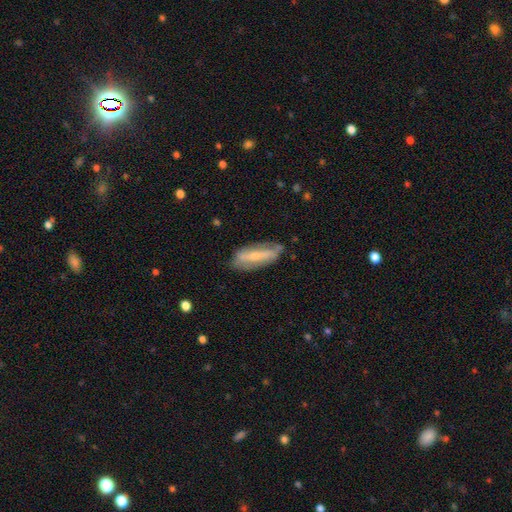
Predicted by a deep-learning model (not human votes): A featured or disk galaxy (60%). Merging: none (73%).